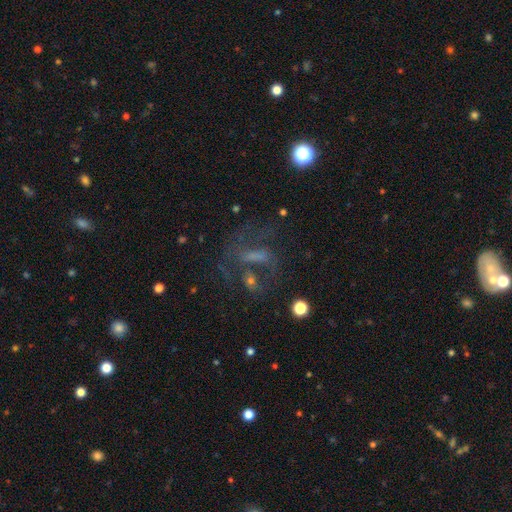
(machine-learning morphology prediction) This appears to be a featured or disk galaxy (53%). Merging: none (42%).